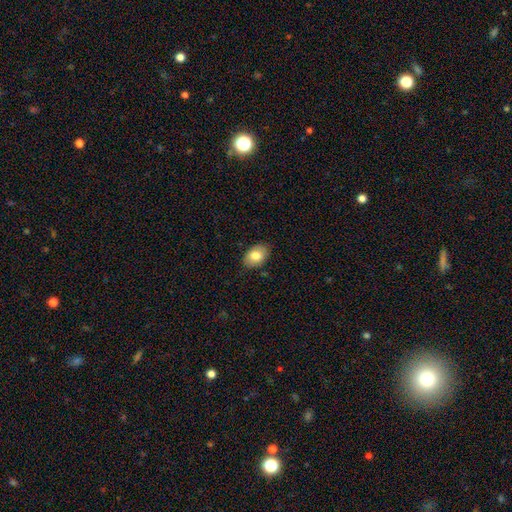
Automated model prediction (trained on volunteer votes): A smooth galaxy with no disk features (81%) that is in between round and cigar-shaped (85%). Merging: none (84%).